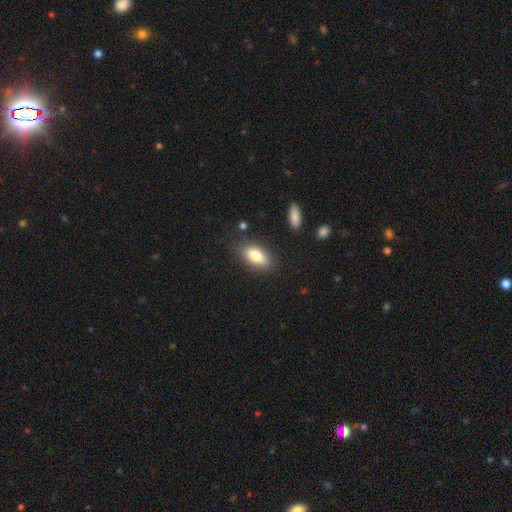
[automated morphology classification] A smooth galaxy with no disk features (81%) that is in between round and cigar-shaped (84%).

Vote fractions:
- Smooth or featured? smooth: 81% / featured or disk: 12% / star or artifact: 7%
- How rounded? in between: 84% / cigar-shaped: 12% / round: 3%
- Merging? none: 83% / minor disturbance: 11% / major disturbance: 3% / merger: 2%